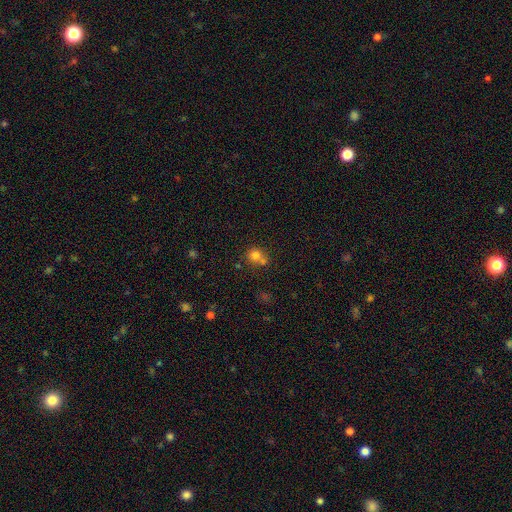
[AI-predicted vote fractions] smooth_or_featured: smooth (p=0.77) [alt: star or artifact p=0.13]
how_rounded: round (p=0.86) [alt: in between p=0.13]
merging: none (p=0.49) [alt: merger p=0.38]